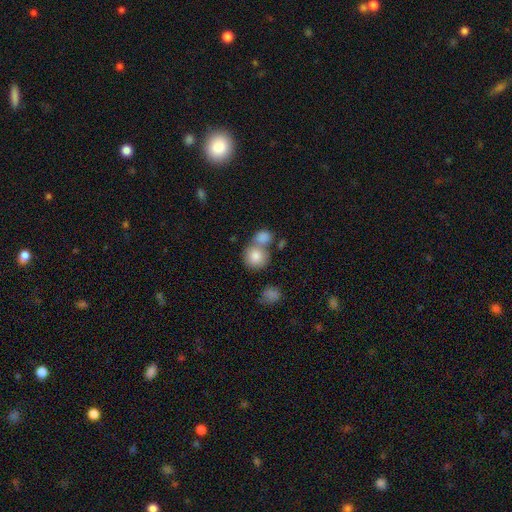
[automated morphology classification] smooth 82%, featured or disk 10%, star or artifact 8%. Down the decision tree: how rounded — round (81%); merging — merger (44%).